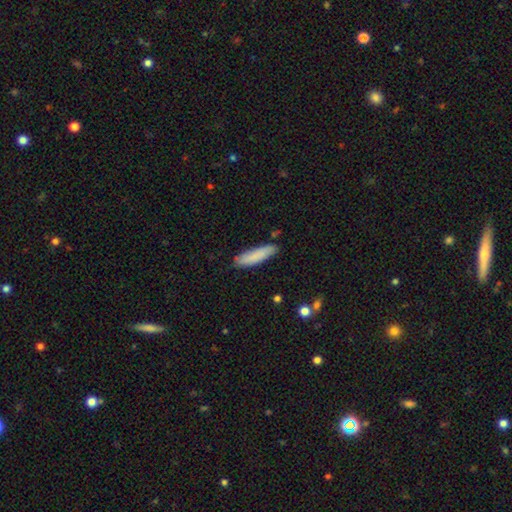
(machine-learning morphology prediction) This appears to be a smooth galaxy with no disk features (84%) that is cigar-shaped (73%). Merging: none (82%).